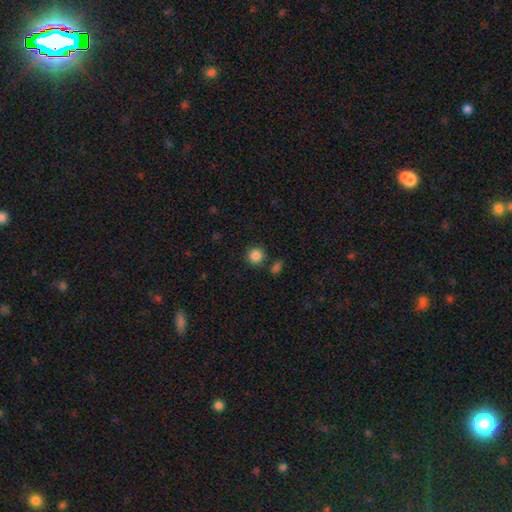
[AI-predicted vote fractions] Overall: smooth (86%). How rounded: round (92%). Merging: none (84%).